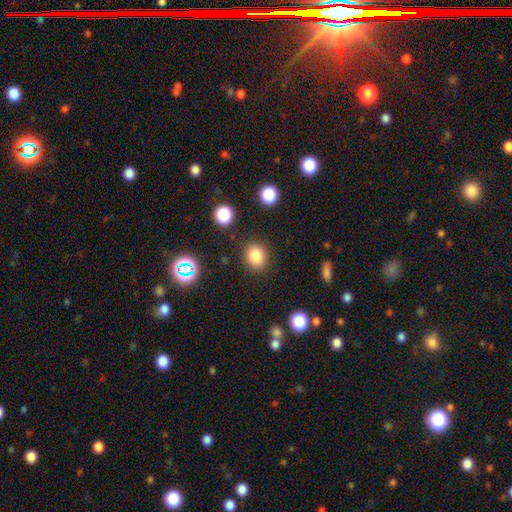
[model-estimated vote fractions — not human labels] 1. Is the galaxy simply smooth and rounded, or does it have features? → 82% smooth, 13% star or artifact, 6% featured or disk.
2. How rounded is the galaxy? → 71% round, 28% in between, 1% cigar-shaped.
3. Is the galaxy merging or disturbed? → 86% none, 9% minor disturbance, 3% major disturbance, 2% merger.